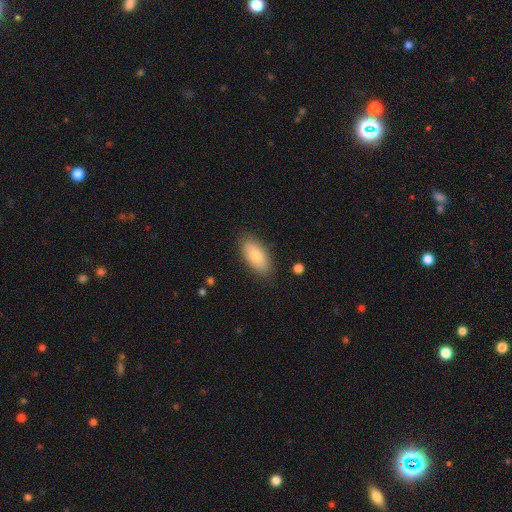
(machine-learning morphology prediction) This appears to be a smooth galaxy with no disk features (77%) that is in between round and cigar-shaped (91%). Merging: none (84%).